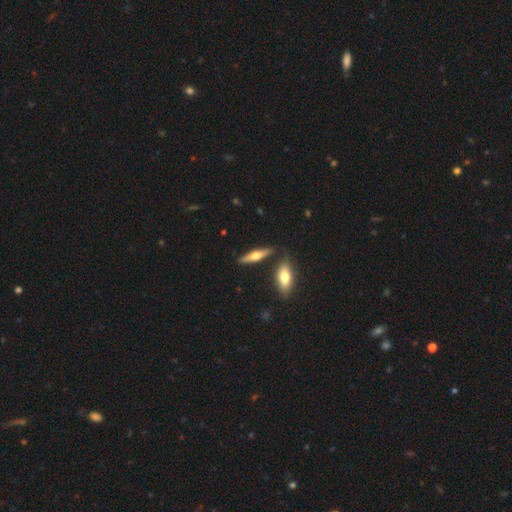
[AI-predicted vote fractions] A featured or disk galaxy (56%) viewed edge-on (94%) with a rounded central bulge (94%).

Vote fractions:
- Smooth or featured? featured or disk: 56% / smooth: 38% / star or artifact: 6%
- Edge-on disk? yes: 94% / no: 6%
- Edge-on bulge? rounded: 94% / boxy: 3% / none: 3%
- Merging? none: 82% / minor disturbance: 9% / merger: 7% / major disturbance: 2%